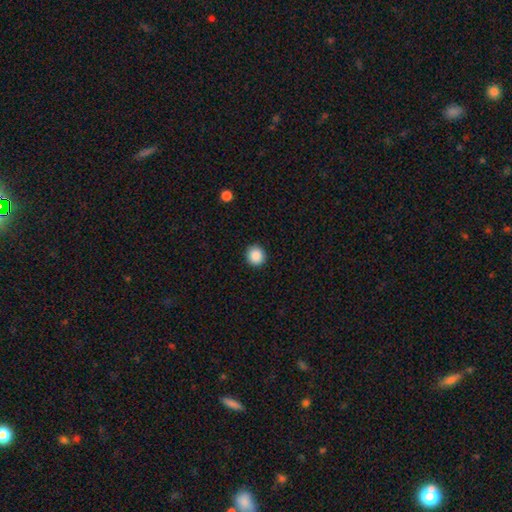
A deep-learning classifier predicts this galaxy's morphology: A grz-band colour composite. It shows a smooth galaxy with no disk features (88%) that is round (93%). Merging: none (92%).